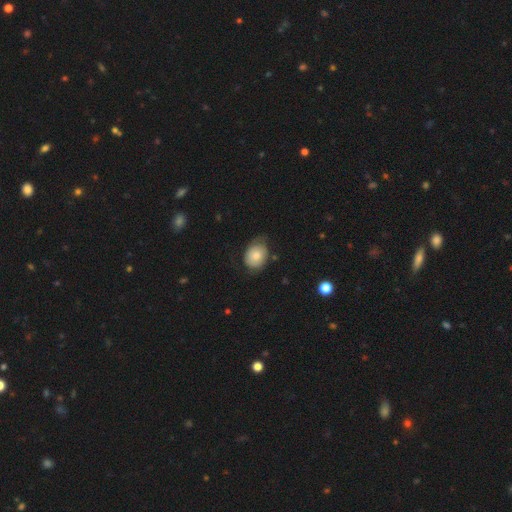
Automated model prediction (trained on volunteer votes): A smooth galaxy with no disk features (74%) that is in between round and cigar-shaped (56%).

Vote fractions:
- Smooth or featured? smooth: 74% / featured or disk: 18% / star or artifact: 7%
- How rounded? in between: 56% / round: 43% / cigar-shaped: 1%
- Merging? none: 56% / minor disturbance: 32% / major disturbance: 10% / merger: 2%